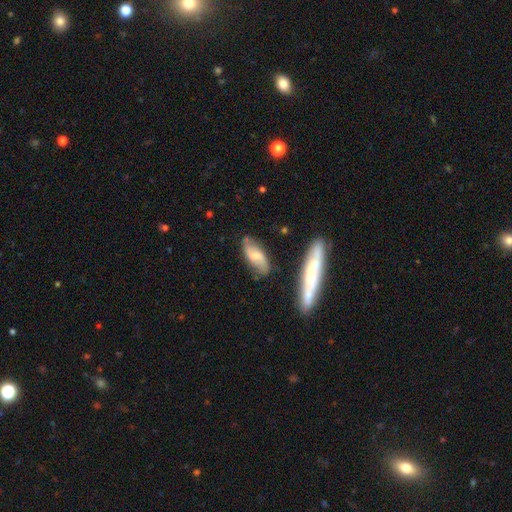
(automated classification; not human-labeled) Q: Smooth or featured?
A: featured or disk (47%); runner-up: smooth (46%)
Q: Merging?
A: none (73%); runner-up: minor disturbance (18%)